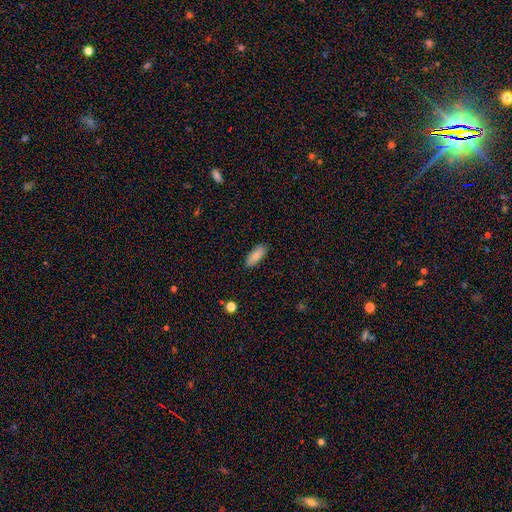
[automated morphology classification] Smooth or featured? smooth (86%)
How rounded? in between (78%)
Merging? none (88%)